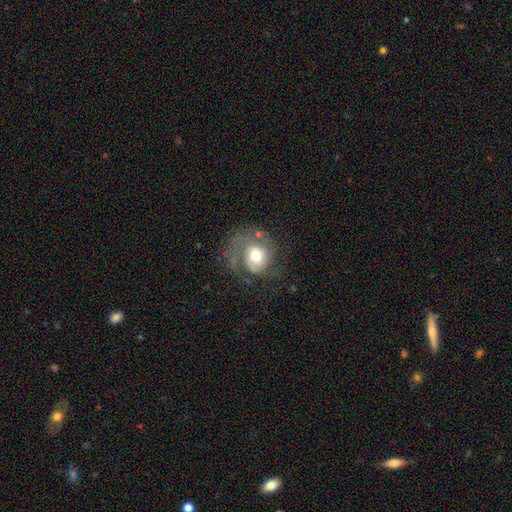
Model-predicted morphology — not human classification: The model was most divided on "spiral winding": tight: 41%, medium: 39%, loose: 21%. Remaining: edge-on disk — no (98%); spiral arms — yes (89%); smooth or featured — featured or disk (70%); bar — no (69%); bulge size — moderate (51%); merging — none (50%); spiral arm count — 1 (47%).